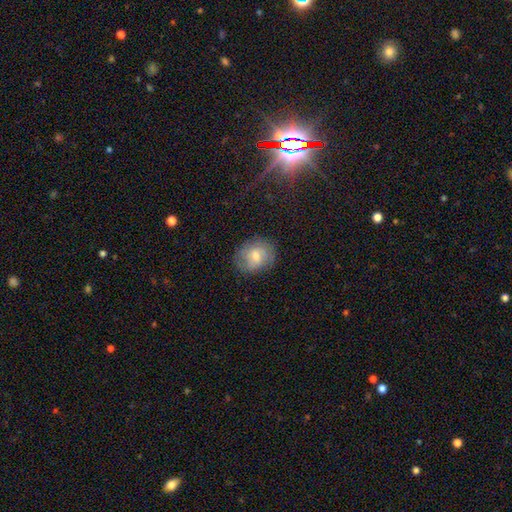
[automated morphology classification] Q: Smooth or featured?
A: smooth (51%); runner-up: featured or disk (37%)
Q: How rounded?
A: round (56%); runner-up: in between (43%)
Q: Merging?
A: none (77%); runner-up: minor disturbance (16%)